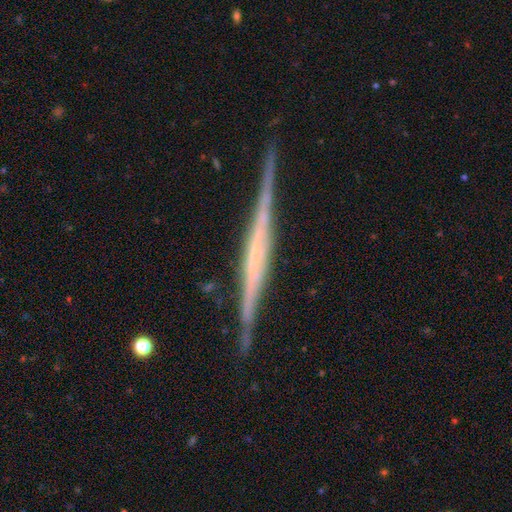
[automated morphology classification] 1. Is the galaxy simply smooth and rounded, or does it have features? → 81% featured or disk, 14% smooth, 5% star or artifact.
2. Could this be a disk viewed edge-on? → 98% yes, 2% no.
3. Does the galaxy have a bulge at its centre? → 57% none, 24% boxy, 19% rounded.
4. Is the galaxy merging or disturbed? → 86% none, 10% minor disturbance, 2% major disturbance, 2% merger.